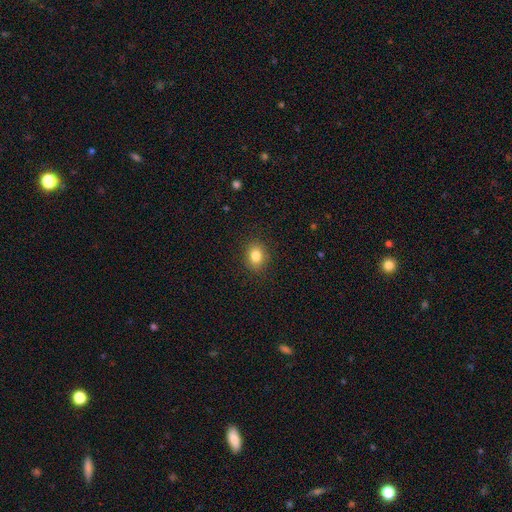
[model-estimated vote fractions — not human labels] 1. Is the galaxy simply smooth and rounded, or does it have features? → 83% smooth, 10% star or artifact, 7% featured or disk.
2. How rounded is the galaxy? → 55% in between, 44% round, 1% cigar-shaped.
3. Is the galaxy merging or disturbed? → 88% none, 8% minor disturbance, 2% major disturbance, 1% merger.